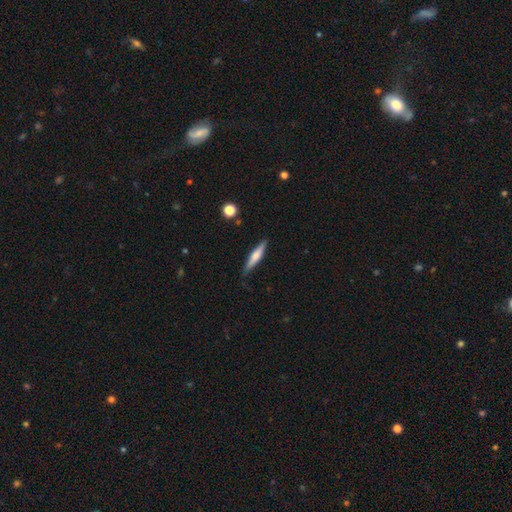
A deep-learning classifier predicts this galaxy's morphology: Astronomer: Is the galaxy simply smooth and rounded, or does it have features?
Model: smooth — 49% (runner-up: featured or disk, 45%).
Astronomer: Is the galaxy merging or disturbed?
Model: none — 83%.